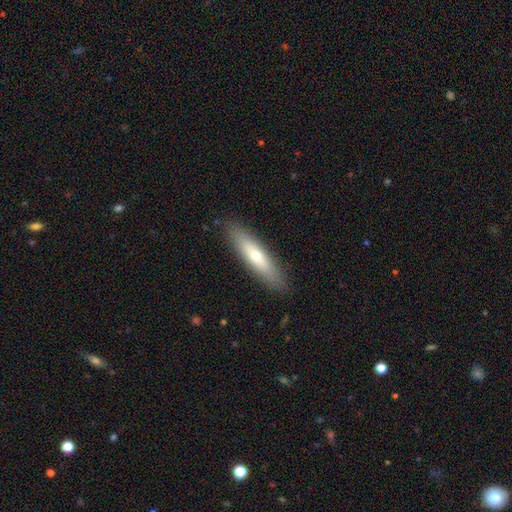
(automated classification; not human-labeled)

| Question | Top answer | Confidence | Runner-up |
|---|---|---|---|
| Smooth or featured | smooth | 58% | featured or disk (36%) |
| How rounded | cigar-shaped | 78% | in between (20%) |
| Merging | none | 89% | minor disturbance (8%) |